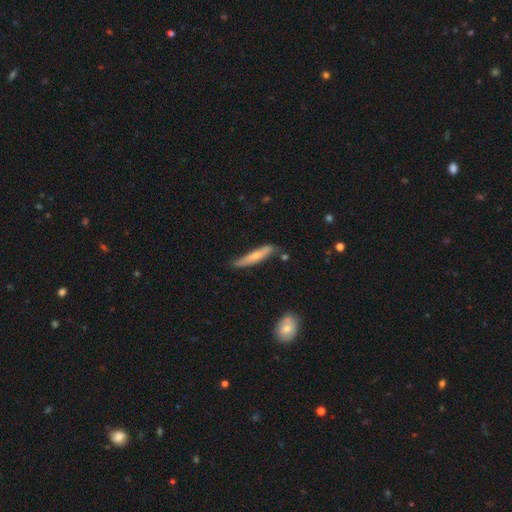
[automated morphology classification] type=smooth (58%); roundness=cigar-shaped (89%); merging=none (74%).